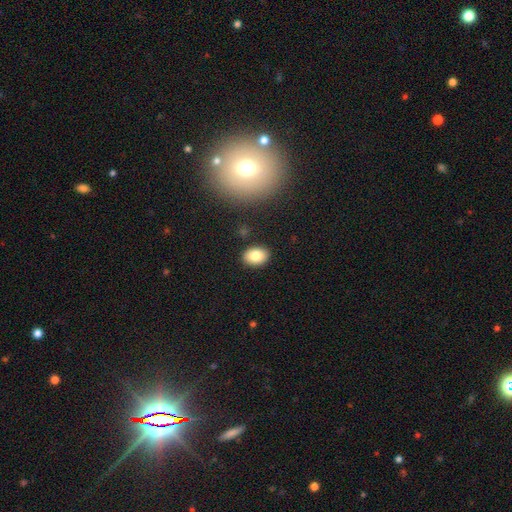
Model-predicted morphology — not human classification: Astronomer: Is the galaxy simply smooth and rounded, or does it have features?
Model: smooth — 82%.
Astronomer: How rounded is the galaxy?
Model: in between — 77%.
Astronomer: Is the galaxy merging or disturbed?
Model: none — 88%.